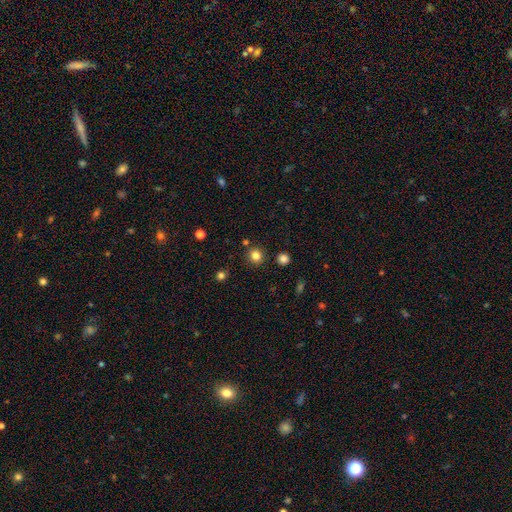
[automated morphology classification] A smooth galaxy with no disk features (82%) that is round (89%).

Vote fractions:
- Smooth or featured? smooth: 82% / star or artifact: 13% / featured or disk: 5%
- How rounded? round: 89% / in between: 10% / cigar-shaped: 1%
- Merging? none: 88% / minor disturbance: 6% / merger: 4% / major disturbance: 2%